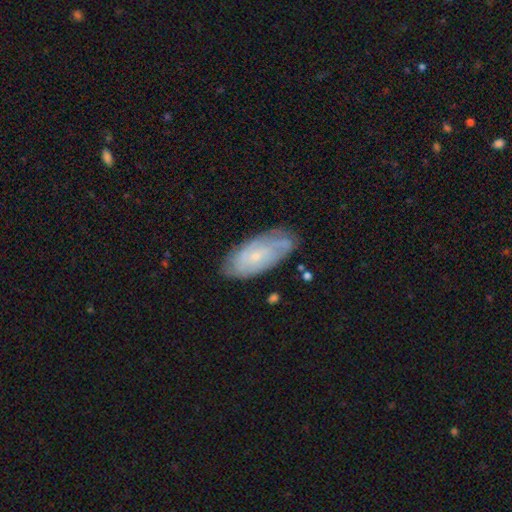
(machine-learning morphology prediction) type=featured or disk (64%); edge-on=no (91%); bar=no (65%); spiral arms=yes (85%); bulge=small (77%); merging=none (75%).